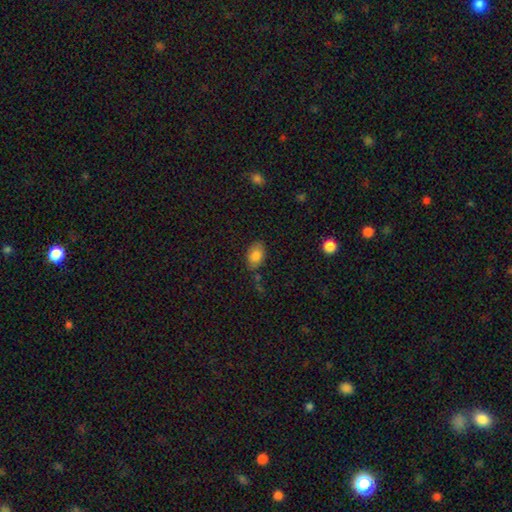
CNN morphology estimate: smooth_or_featured: smooth (p=0.82) [alt: featured or disk p=0.10]
how_rounded: in between (p=0.83) [alt: round p=0.16]
merging: none (p=0.74) [alt: minor disturbance p=0.17]